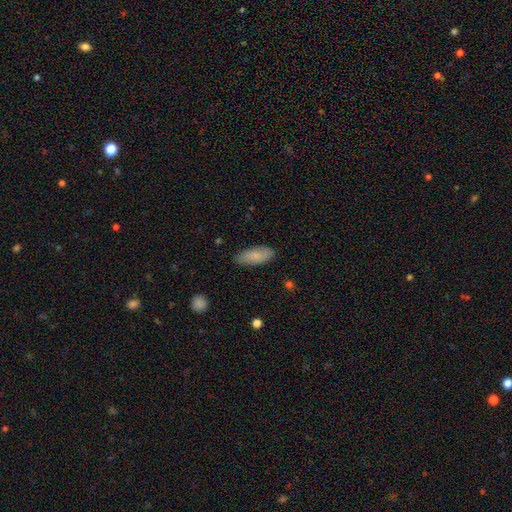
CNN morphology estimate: type=smooth (82%); roundness=in between (78%); merging=none (85%).